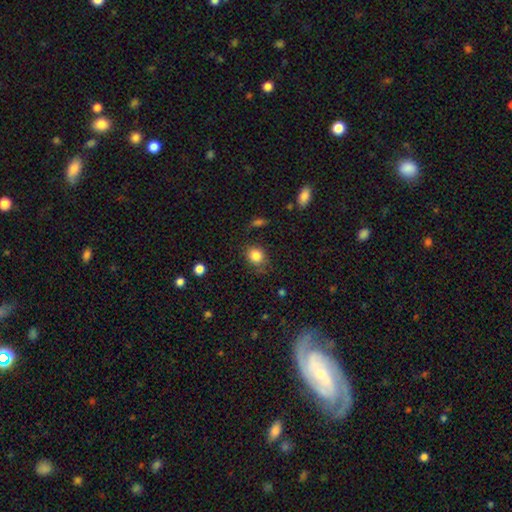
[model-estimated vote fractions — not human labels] This appears to be a smooth galaxy with no disk features (84%) that is round (66%). Merging: none (74%).